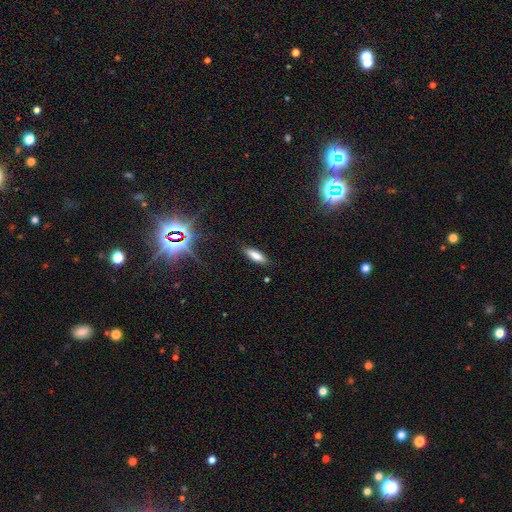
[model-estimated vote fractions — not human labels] Overall: smooth (79%). How rounded: in between (53%; cigar-shaped 45%). Merging: none (85%).